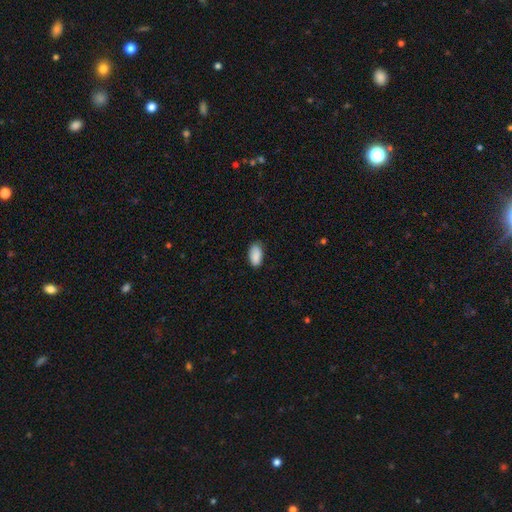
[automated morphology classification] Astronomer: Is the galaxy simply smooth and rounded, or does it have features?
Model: smooth — 89%.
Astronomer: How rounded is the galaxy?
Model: in between — 94%.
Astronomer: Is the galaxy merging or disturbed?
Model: none — 79%.